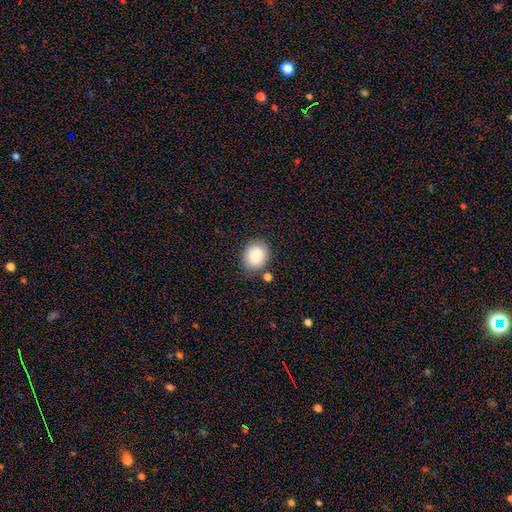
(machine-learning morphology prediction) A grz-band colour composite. It shows a smooth galaxy with no disk features (86%) that is round (65%). Merging: none (80%).